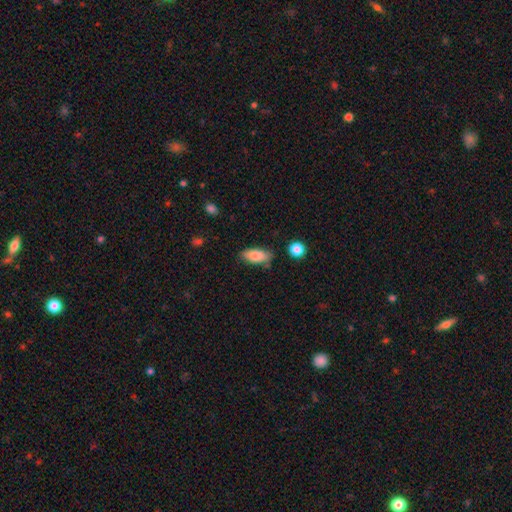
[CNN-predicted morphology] smooth_or_featured: smooth (p=0.84) [alt: featured or disk p=0.09]
how_rounded: in between (p=0.85) [alt: cigar-shaped p=0.12]
merging: none (p=0.75) [alt: minor disturbance p=0.18]